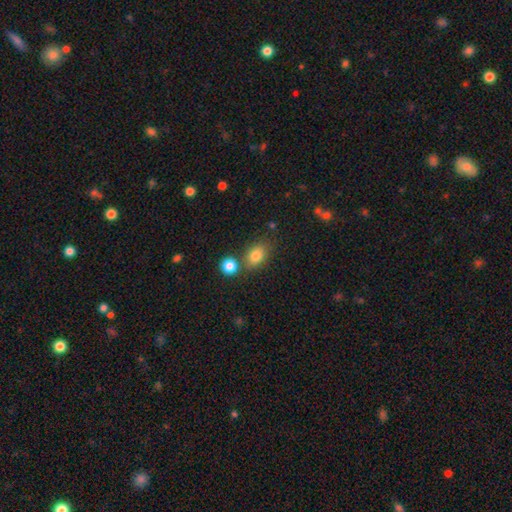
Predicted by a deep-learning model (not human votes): smooth 81%, star or artifact 11%, featured or disk 8%. Down the decision tree: how rounded — in between (74%); merging — none (67%).